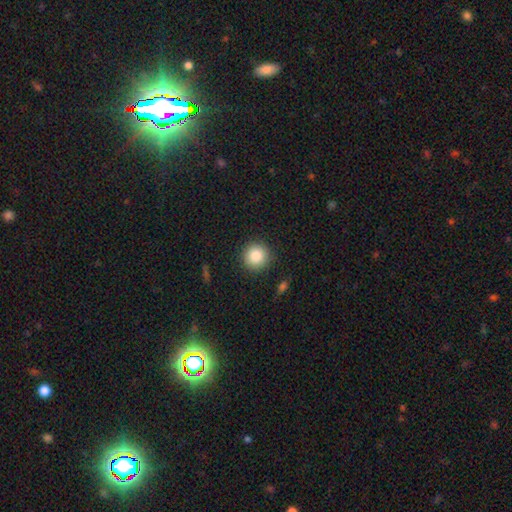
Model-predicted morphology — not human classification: Q: Smooth or featured?
A: smooth (86%); runner-up: star or artifact (9%)
Q: How rounded?
A: round (93%); runner-up: in between (6%)
Q: Merging?
A: none (90%); runner-up: minor disturbance (7%)